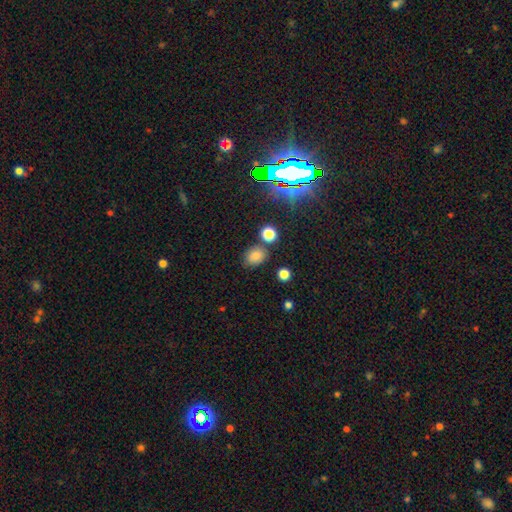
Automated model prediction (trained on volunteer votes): A smooth galaxy with no disk features (77%) that is in between round and cigar-shaped (53%).

Vote fractions:
- Smooth or featured? smooth: 77% / star or artifact: 17% / featured or disk: 7%
- How rounded? in between: 53% / round: 45% / cigar-shaped: 1%
- Merging? none: 75% / minor disturbance: 12% / merger: 9% / major disturbance: 4%